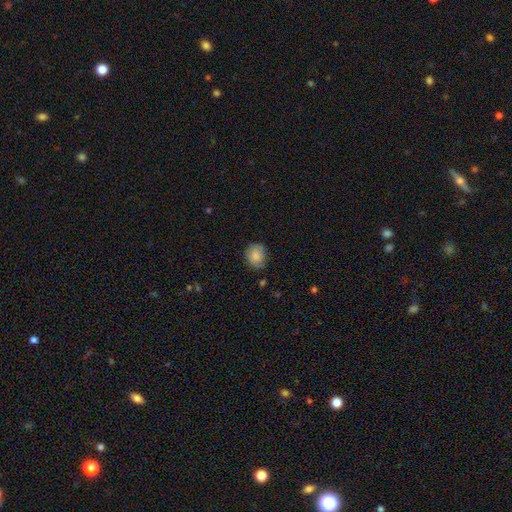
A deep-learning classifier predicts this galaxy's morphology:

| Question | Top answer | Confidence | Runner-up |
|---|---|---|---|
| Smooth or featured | smooth | 83% | featured or disk (9%) |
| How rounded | round | 57% | in between (42%) |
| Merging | none | 71% | minor disturbance (23%) |